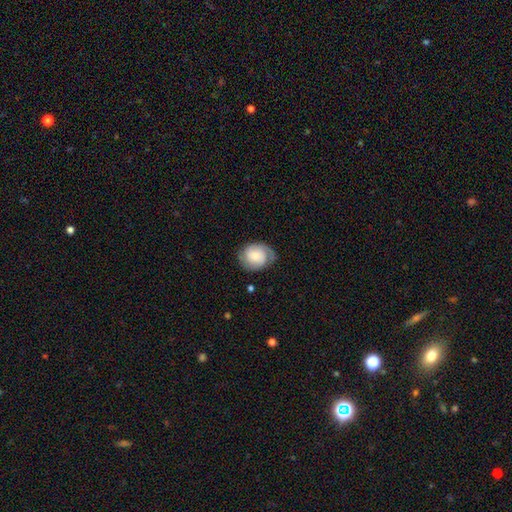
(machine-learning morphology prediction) A featured or disk galaxy (60%) with no bar (72%), 2 (64%) tight (56%) spiral arms (92%) and a small central bulge (36%).

Vote fractions:
- Smooth or featured? featured or disk: 60% / smooth: 33% / star or artifact: 7%
- Edge-on disk? no: 97% / yes: 3%
- Bar? no: 72% / weak: 24% / strong: 5%
- Spiral arms? yes: 92% / no: 8%
- Spiral winding? tight: 56% / medium: 34% / loose: 10%
- Spiral arm count? 2: 64% / can't tell: 16% / 1: 8% / 3: 8% / 4: 2% / more than 4: 2%
- Bulge size? small: 36% / moderate: 28% / large: 19% / none: 13% / dominant: 5%
- Merging? none: 70% / minor disturbance: 21% / major disturbance: 8% / merger: 1%